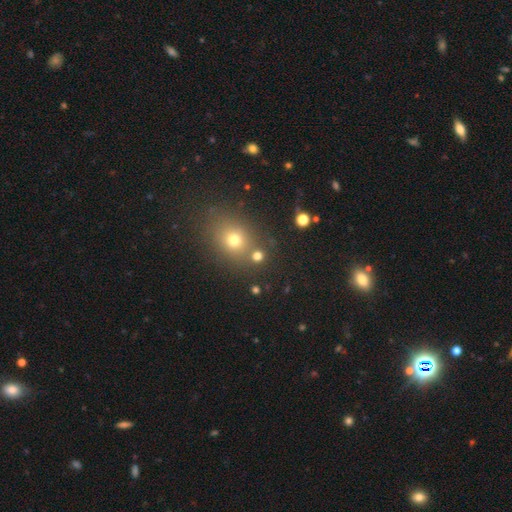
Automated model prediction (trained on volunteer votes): Q: Smooth or featured?
A: smooth (62%); runner-up: star or artifact (27%)
Q: How rounded?
A: round (64%); runner-up: in between (34%)
Q: Merging?
A: none (76%); runner-up: merger (11%)